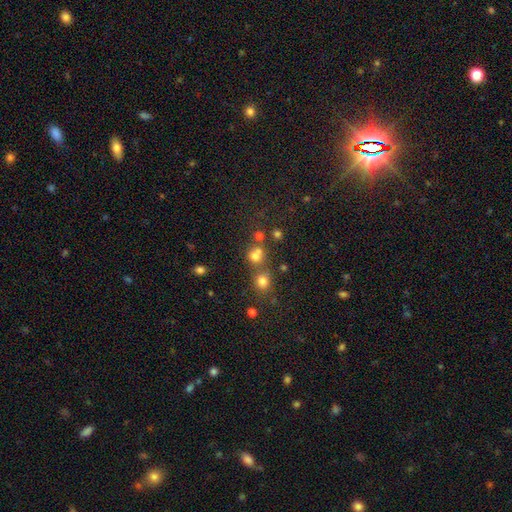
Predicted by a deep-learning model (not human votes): smooth 69%, star or artifact 20%, featured or disk 11%. Down the decision tree: how rounded — round (82%); merging — none (49%).